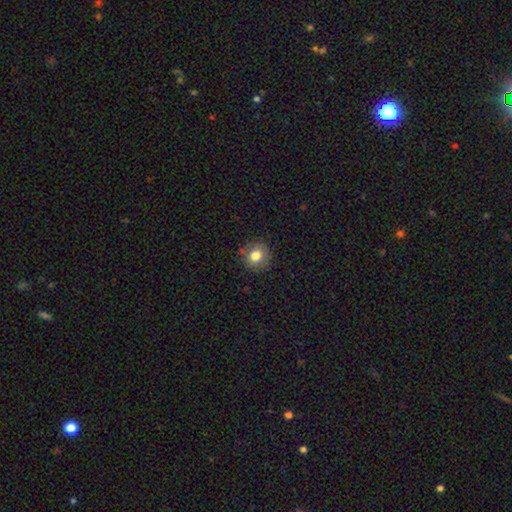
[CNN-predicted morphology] The model was most divided on "smooth or featured": smooth: 80%, star or artifact: 10%, featured or disk: 10%. More confident: how rounded — round (88%); merging — none (86%).